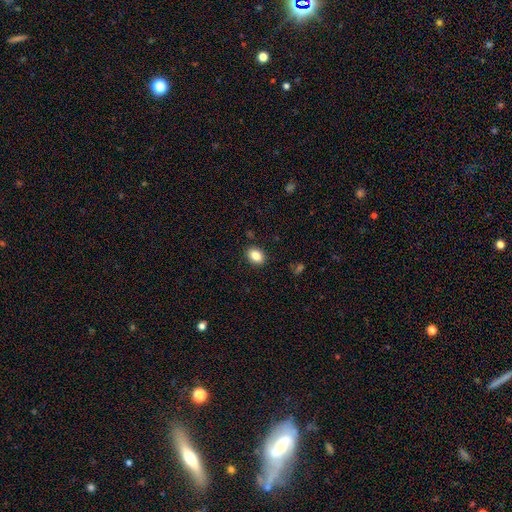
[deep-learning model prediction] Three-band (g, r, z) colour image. It shows a smooth galaxy with no disk features (84%) that is in between round and cigar-shaped (70%). Merging: none (89%).